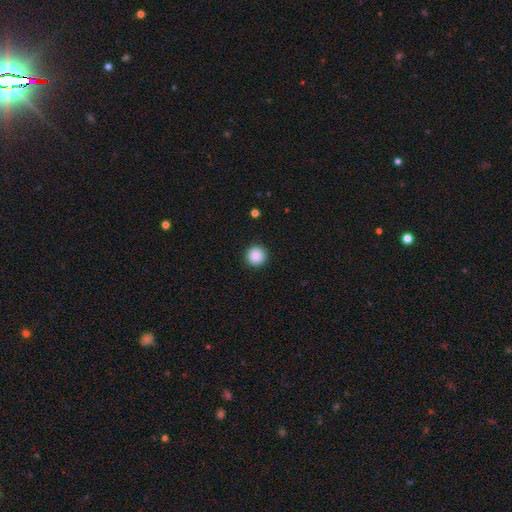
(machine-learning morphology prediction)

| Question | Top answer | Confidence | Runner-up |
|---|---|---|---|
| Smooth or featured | smooth | 88% | star or artifact (9%) |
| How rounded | round | 96% | in between (3%) |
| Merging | none | 92% | minor disturbance (5%) |